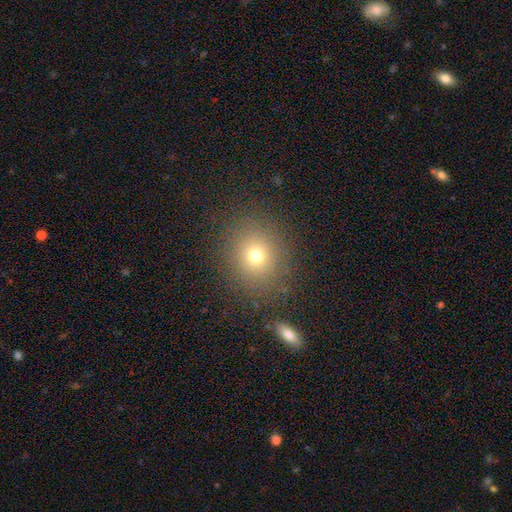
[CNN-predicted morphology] smooth_or_featured: smooth (p=0.72) [alt: star or artifact p=0.17]
how_rounded: round (p=0.78) [alt: in between p=0.21]
merging: none (p=0.85) [alt: minor disturbance p=0.08]